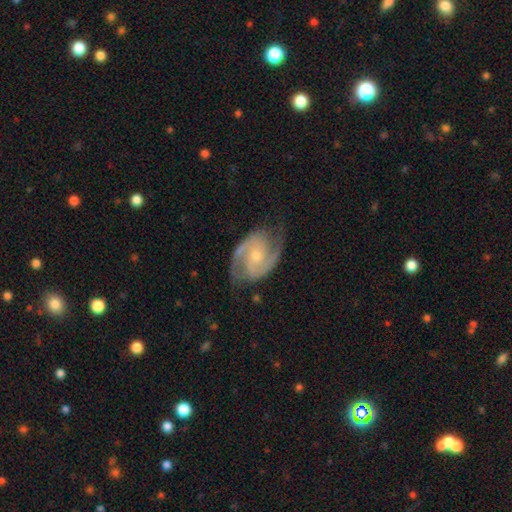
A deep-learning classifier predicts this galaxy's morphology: type=featured or disk (91%); edge-on=no (98%); bar=no (54%); spiral arms=yes (98%); winding=medium (55%); arm count=2 (92%); bulge=small (54%); merging=none (77%).